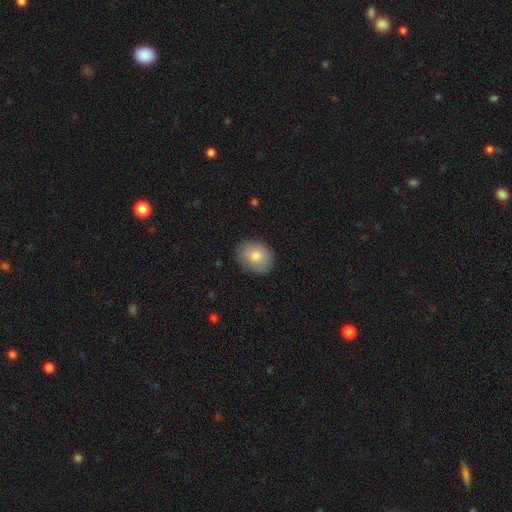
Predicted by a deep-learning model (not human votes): Smooth or featured?
  - smooth: 81% *
  - featured or disk: 11%
  - star or artifact: 7%
How rounded?
  - in between: 55% *
  - round: 44%
  - cigar-shaped: 1%
Merging?
  - none: 83% *
  - minor disturbance: 13%
  - major disturbance: 3%
  - merger: 1%